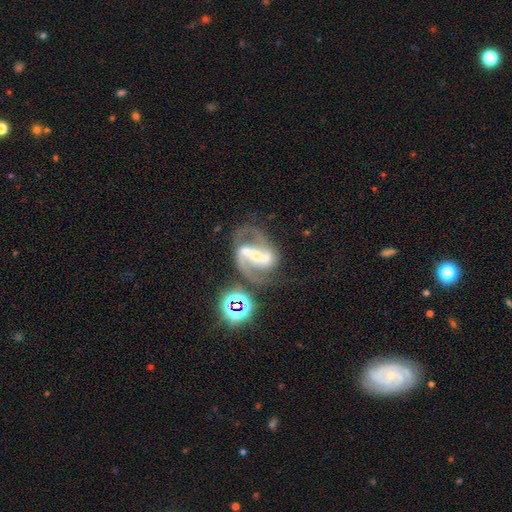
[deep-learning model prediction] Smooth or featured?
  - featured or disk: 88% *
  - star or artifact: 8%
  - smooth: 5%
Edge-on disk?
  - no: 97% *
  - yes: 3%
Bar?
  - strong: 69% *
  - weak: 21%
  - no: 9%
Spiral arms?
  - yes: 97% *
  - no: 3%
Spiral winding?
  - medium: 57% *
  - loose: 29%
  - tight: 15%
Spiral arm count?
  - 2: 92% *
  - can't tell: 2%
  - 1: 2%
  - 3: 1%
  - 4: 1%
  - more than 4: 1%
Bulge size?
  - small: 59% *
  - moderate: 27%
  - none: 8%
  - large: 4%
  - dominant: 2%
Merging?
  - none: 64% *
  - minor disturbance: 16%
  - major disturbance: 12%
  - merger: 7%